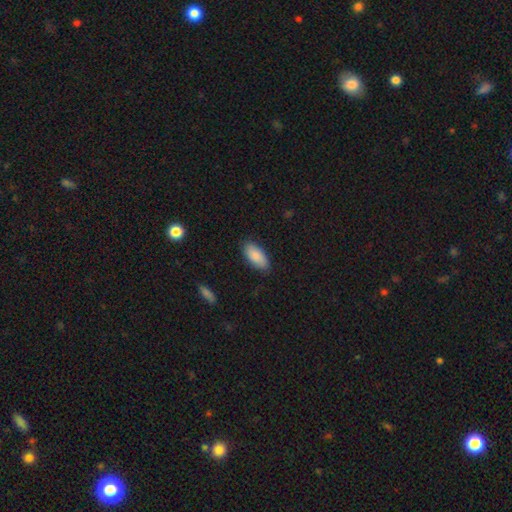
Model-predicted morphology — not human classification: Q: Smooth or featured?
A: smooth (88%); runner-up: star or artifact (6%)
Q: How rounded?
A: in between (91%); runner-up: cigar-shaped (7%)
Q: Merging?
A: none (85%); runner-up: minor disturbance (11%)